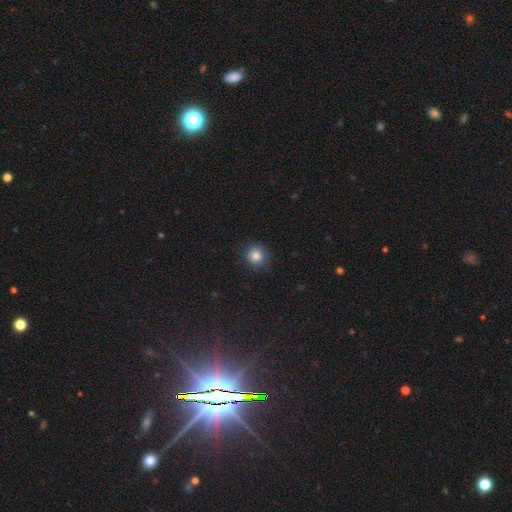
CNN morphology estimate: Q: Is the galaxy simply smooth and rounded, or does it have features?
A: smooth — 83%.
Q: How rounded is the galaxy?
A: round — 90%.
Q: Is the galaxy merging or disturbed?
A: none — 87%.